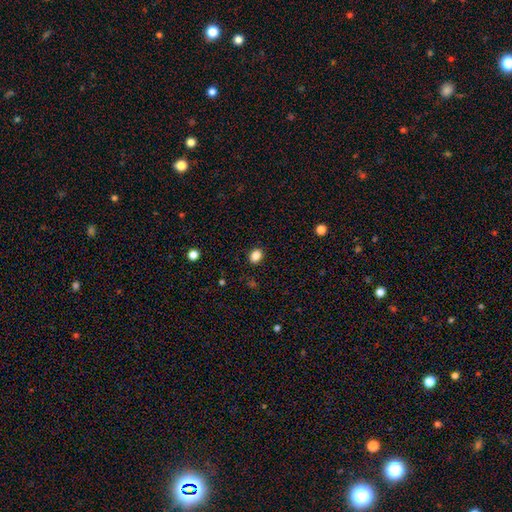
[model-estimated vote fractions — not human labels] smooth 86%, star or artifact 11%, featured or disk 4%. Down the decision tree: how rounded — in between (50%); merging — none (89%).